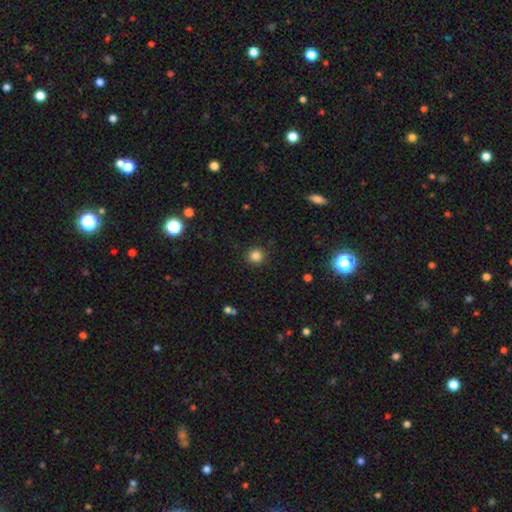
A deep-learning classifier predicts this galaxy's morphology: Q: Smooth or featured?
A: smooth (84%); runner-up: star or artifact (12%)
Q: How rounded?
A: round (90%); runner-up: in between (9%)
Q: Merging?
A: none (91%); runner-up: minor disturbance (6%)